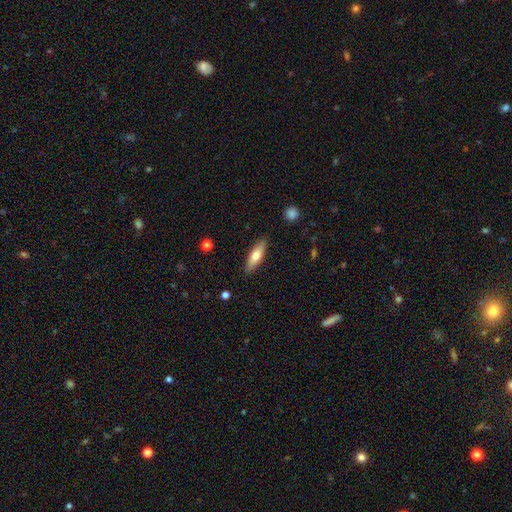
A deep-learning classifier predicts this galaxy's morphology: Smooth or featured?
  - smooth: 66% *
  - featured or disk: 28%
  - star or artifact: 6%
How rounded?
  - cigar-shaped: 51% *
  - in between: 47%
  - round: 2%
Merging?
  - none: 87% *
  - minor disturbance: 10%
  - major disturbance: 2%
  - merger: 1%